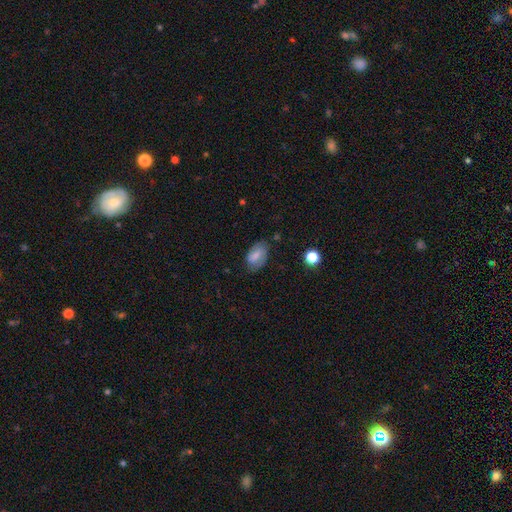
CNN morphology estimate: Smooth or featured? Predicted: smooth (p=0.59). How rounded? Predicted: in between (p=0.89). Merging? Predicted: none (p=0.68).